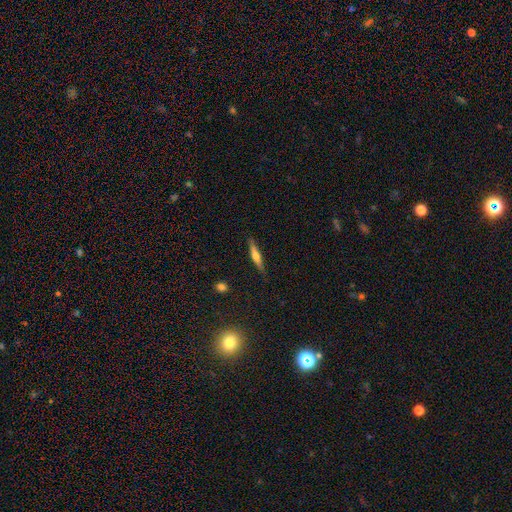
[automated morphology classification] Q: Smooth or featured?
A: featured or disk (53%); runner-up: smooth (40%)
Q: Edge-on disk?
A: yes (96%); runner-up: no (4%)
Q: Edge-on bulge?
A: rounded (83%); runner-up: none (10%)
Q: Merging?
A: none (87%); runner-up: minor disturbance (10%)